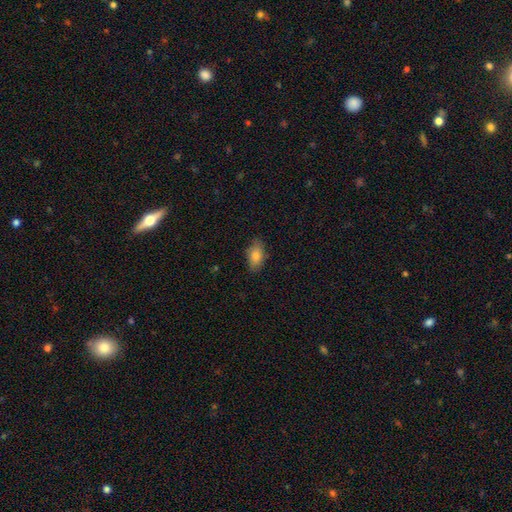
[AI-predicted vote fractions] Smooth or featured? smooth (80%)
How rounded? in between (89%)
Merging? none (82%)